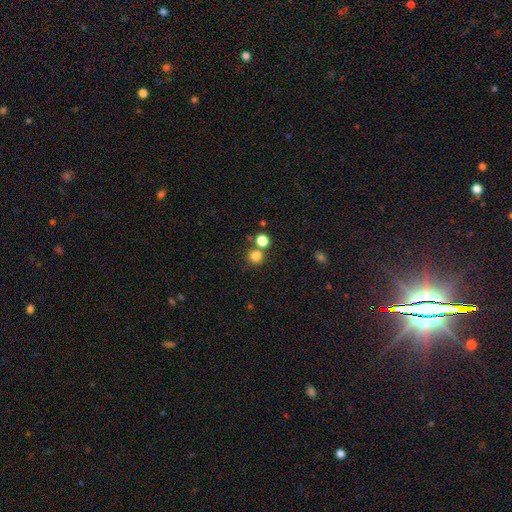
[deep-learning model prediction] This appears to be a smooth galaxy with no disk features (80%) that is round (89%). Merging: none (67%).